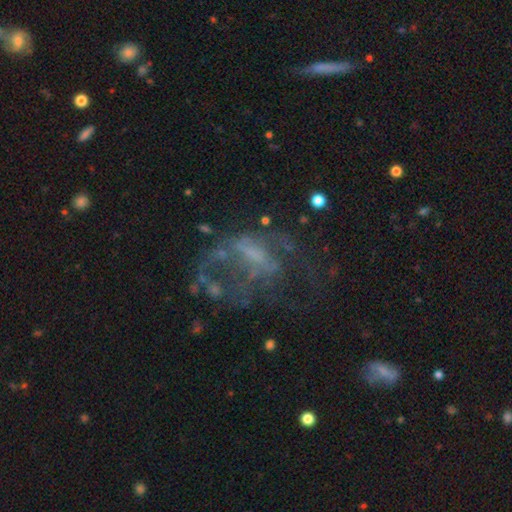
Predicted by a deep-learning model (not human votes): Overall: featured or disk (62%). Edge-on disk: no (96%). Bar: no (60%; weak 28%). Spiral arms: no (69%; yes 31%). Bulge size: none (53%; small 25%). Merging: major disturbance (46%; none 32%).